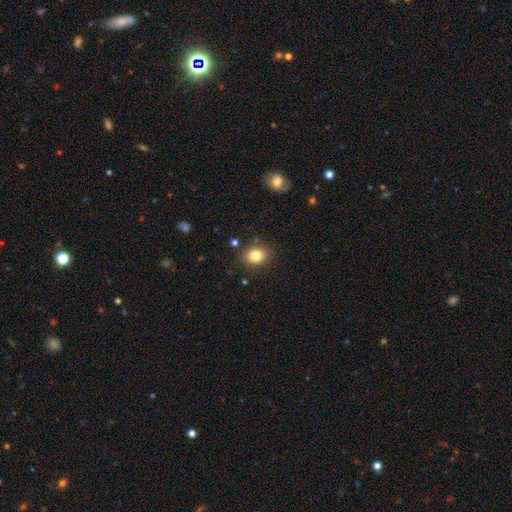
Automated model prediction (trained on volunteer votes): Morphology: type=smooth (82%); roundness=round (63%); merging=none (86%).